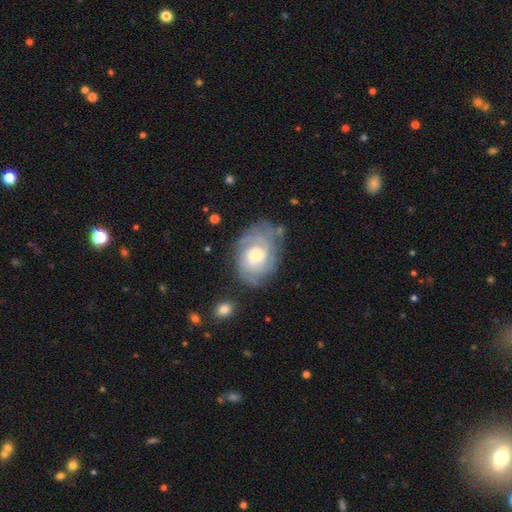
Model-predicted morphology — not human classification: type=featured or disk (78%); edge-on=no (97%); bar=no (52%); spiral arms=yes (92%); winding=tight (64%); arm count=can't tell (41%); bulge=moderate (53%); merging=none (66%).